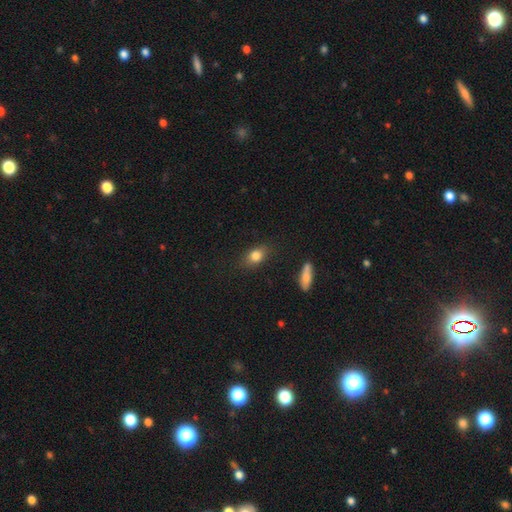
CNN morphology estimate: Q: Smooth or featured?
A: smooth (81%); runner-up: featured or disk (10%)
Q: How rounded?
A: in between (71%); runner-up: round (24%)
Q: Merging?
A: none (81%); runner-up: minor disturbance (14%)